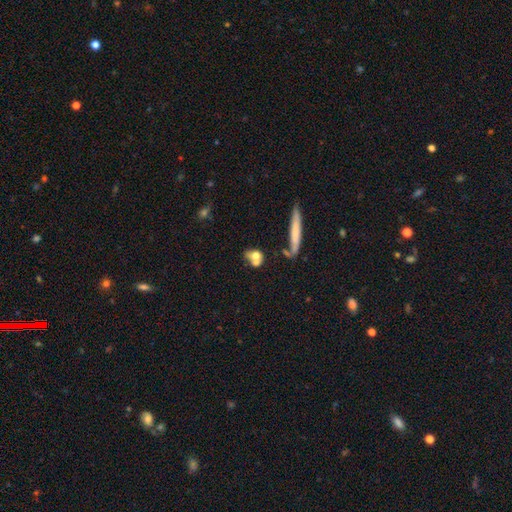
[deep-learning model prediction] Morphology: type=smooth (64%); roundness=round (46%); merging=merger (40%).